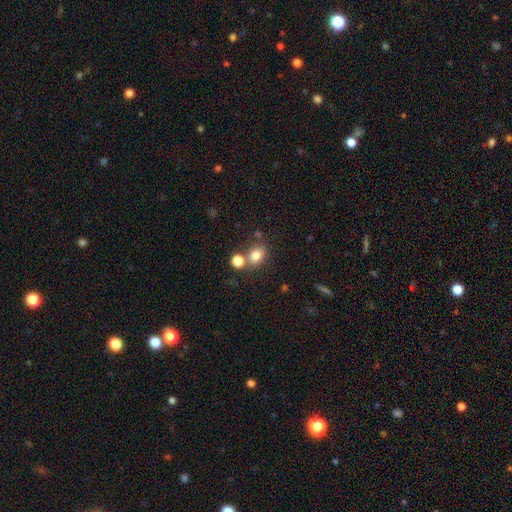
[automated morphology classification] Overall: smooth (81%). How rounded: in between (53%; round 46%). Merging: none (61%; merger 24%).